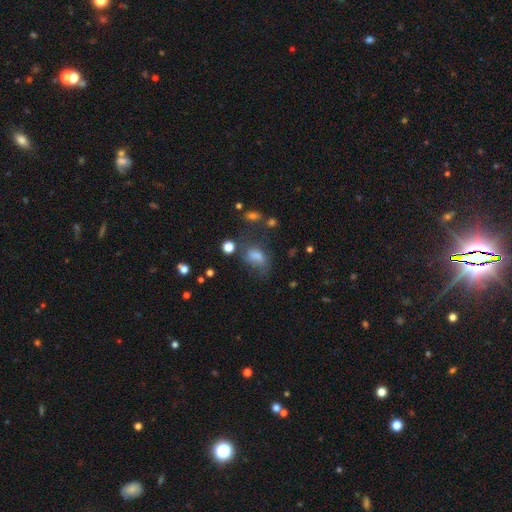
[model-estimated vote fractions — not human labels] Smooth or featured? Predicted: smooth (p=0.60). How rounded? Predicted: in between (p=0.77). Merging? Predicted: none (p=0.43).